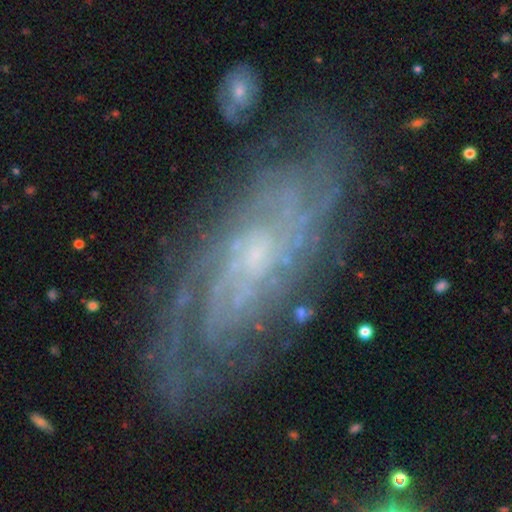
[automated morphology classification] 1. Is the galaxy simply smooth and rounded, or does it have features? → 85% featured or disk, 8% star or artifact, 7% smooth.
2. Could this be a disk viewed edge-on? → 92% no, 8% yes.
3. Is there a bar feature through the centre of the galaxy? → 63% no, 30% weak, 7% strong.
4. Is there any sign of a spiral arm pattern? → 96% yes, 4% no.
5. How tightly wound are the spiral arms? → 67% tight, 27% medium, 6% loose.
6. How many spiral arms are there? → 39% can't tell, 18% 2, 13% 3, 13% 4, 10% more than 4, 7% 1.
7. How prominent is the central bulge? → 72% small, 16% moderate, 9% none, 2% large, 1% dominant.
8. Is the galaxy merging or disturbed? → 76% none, 16% minor disturbance, 6% major disturbance, 2% merger.